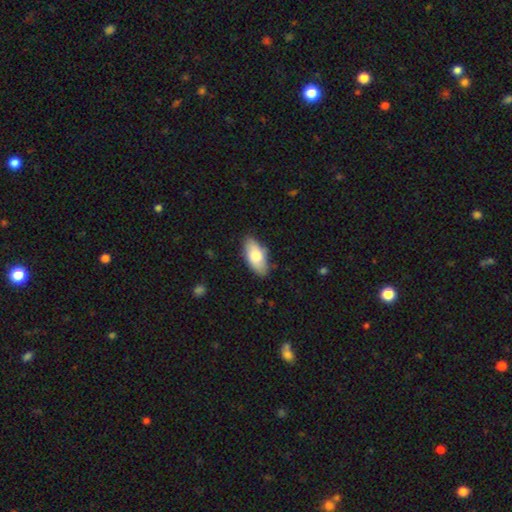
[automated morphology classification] Smooth or featured?
  - smooth: 78% *
  - featured or disk: 16%
  - star or artifact: 6%
How rounded?
  - in between: 90% *
  - cigar-shaped: 8%
  - round: 2%
Merging?
  - none: 80% *
  - minor disturbance: 16%
  - major disturbance: 3%
  - merger: 1%